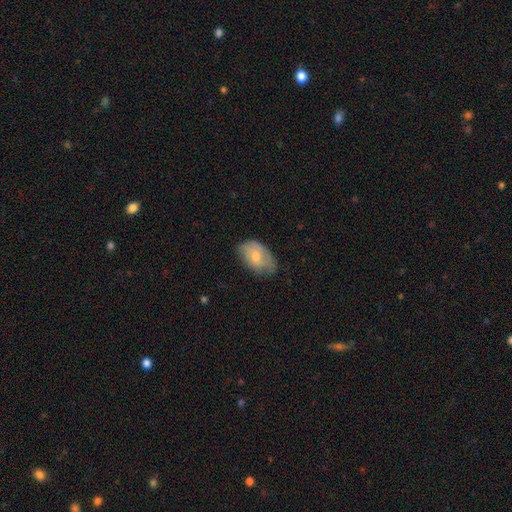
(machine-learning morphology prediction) Smooth or featured: smooth — 64% (featured or disk — 30%)
How rounded: in between — 90% (round — 8%)
Merging: none — 55% (minor disturbance — 34%)